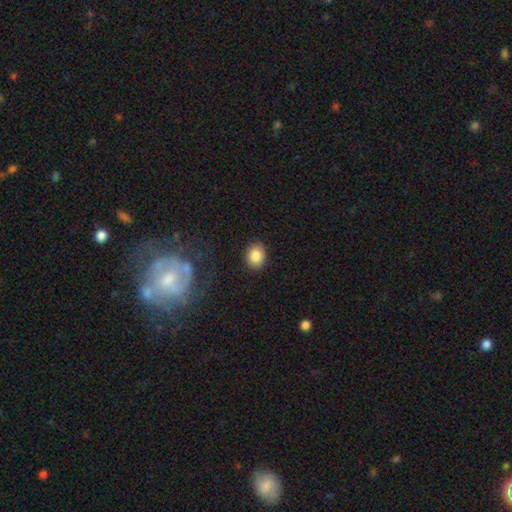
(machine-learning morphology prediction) Q: Smooth or featured?
A: smooth (84%); runner-up: star or artifact (9%)
Q: How rounded?
A: round (60%); runner-up: in between (39%)
Q: Merging?
A: none (89%); runner-up: minor disturbance (7%)